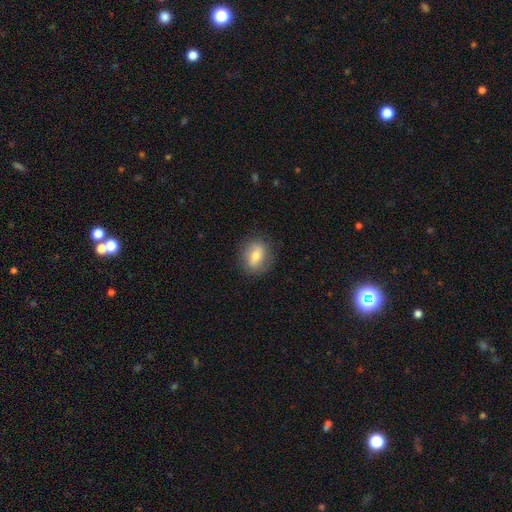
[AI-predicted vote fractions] Overall: smooth (60%; featured or disk 31%). How rounded: round (50%; in between 48%). Merging: none (83%).